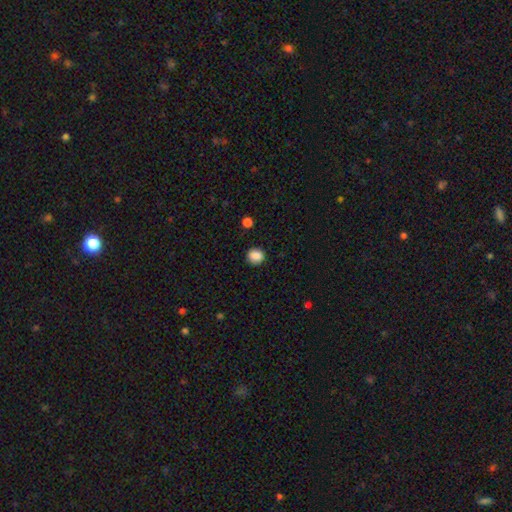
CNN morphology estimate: smooth_or_featured: smooth (p=0.87) [alt: star or artifact p=0.09]
how_rounded: round (p=0.77) [alt: in between p=0.22]
merging: none (p=0.88) [alt: minor disturbance p=0.09]